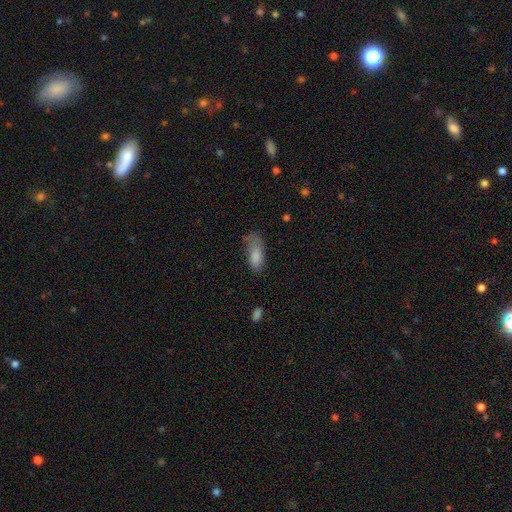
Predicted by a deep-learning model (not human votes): This appears to be a smooth galaxy with no disk features (81%) that is in between round and cigar-shaped (82%). Merging: none (40%).